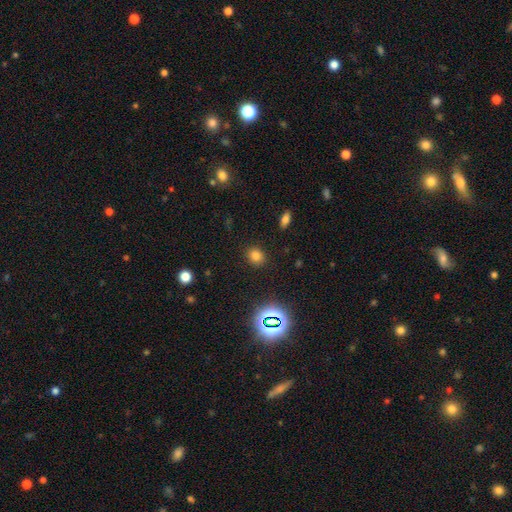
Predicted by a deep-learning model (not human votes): Smooth or featured: smooth — 76% (star or artifact — 18%)
How rounded: round — 69% (in between — 30%)
Merging: none — 88% (minor disturbance — 8%)